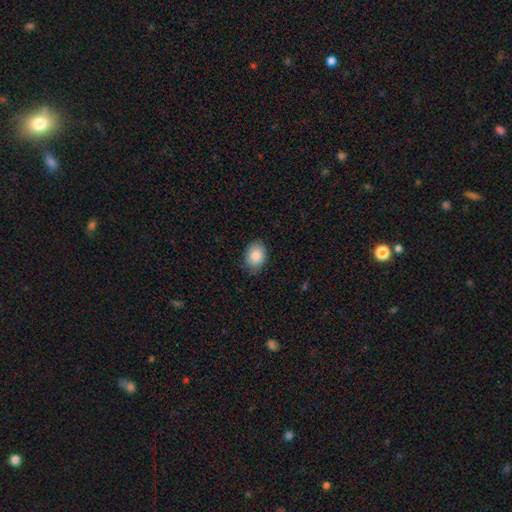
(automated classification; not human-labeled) A smooth galaxy with no disk features (88%) that is in between round and cigar-shaped (75%). Merging: none (82%).